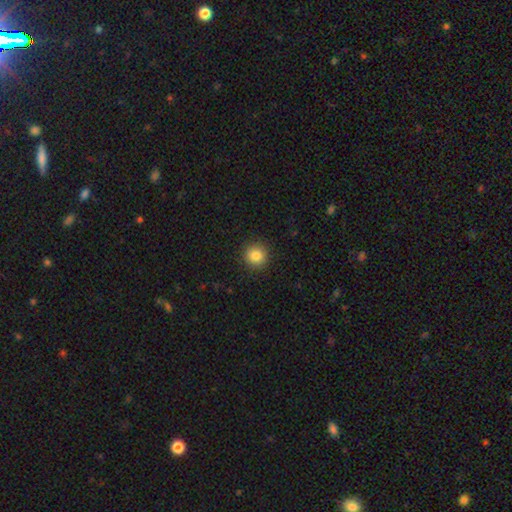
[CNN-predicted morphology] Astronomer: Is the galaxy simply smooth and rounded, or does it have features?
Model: smooth — 85%.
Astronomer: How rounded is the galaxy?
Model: round — 94%.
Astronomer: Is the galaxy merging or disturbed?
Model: none — 92%.